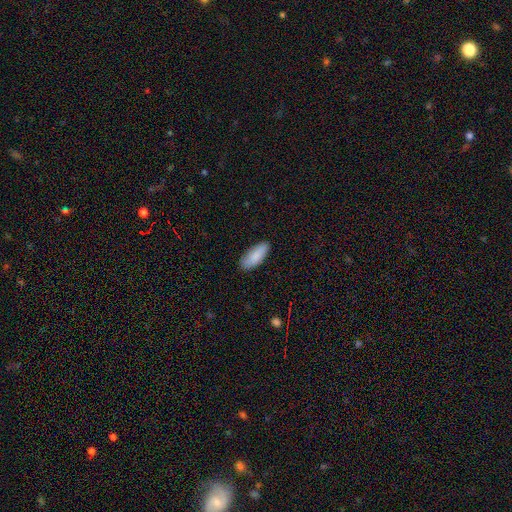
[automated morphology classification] Smooth or featured?
  - smooth: 86% *
  - featured or disk: 8%
  - star or artifact: 6%
How rounded?
  - in between: 78% *
  - cigar-shaped: 20%
  - round: 2%
Merging?
  - none: 85% *
  - minor disturbance: 12%
  - major disturbance: 2%
  - merger: 1%